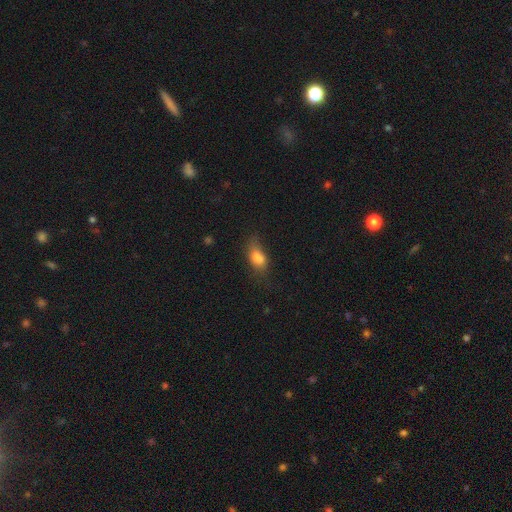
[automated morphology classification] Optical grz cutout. It shows a smooth galaxy with no disk features (77%) that is in between round and cigar-shaped (83%). Merging: none (49%).